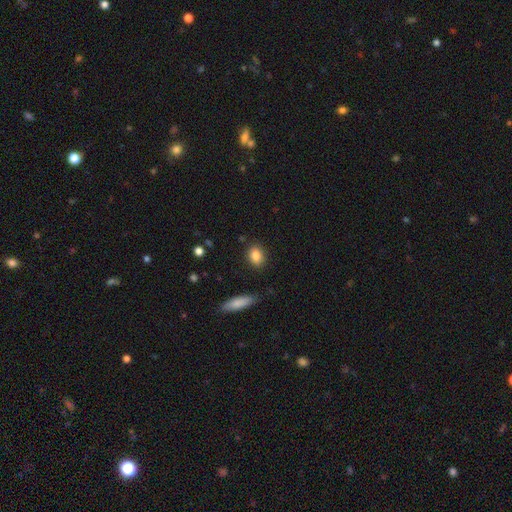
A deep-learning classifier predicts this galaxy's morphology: smooth_or_featured: smooth (p=0.85) [alt: star or artifact p=0.08]
how_rounded: in between (p=0.69) [alt: round p=0.28]
merging: none (p=0.87) [alt: minor disturbance p=0.09]